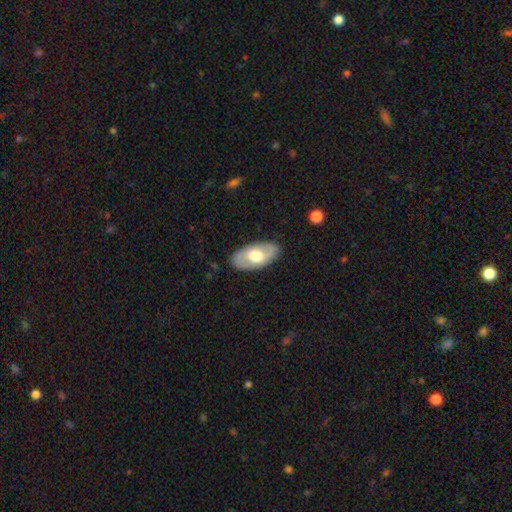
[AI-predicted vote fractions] Smooth or featured? featured or disk (48%)
Merging? none (85%)